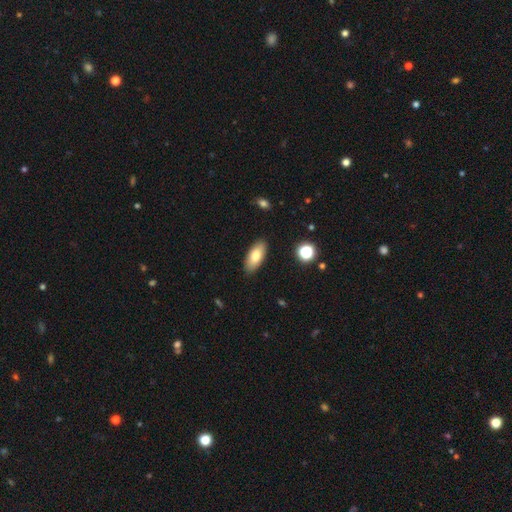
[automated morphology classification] Smooth or featured?
  - smooth: 77% *
  - featured or disk: 16%
  - star or artifact: 7%
How rounded?
  - in between: 86% *
  - cigar-shaped: 12%
  - round: 3%
Merging?
  - none: 88% *
  - minor disturbance: 9%
  - major disturbance: 2%
  - merger: 1%